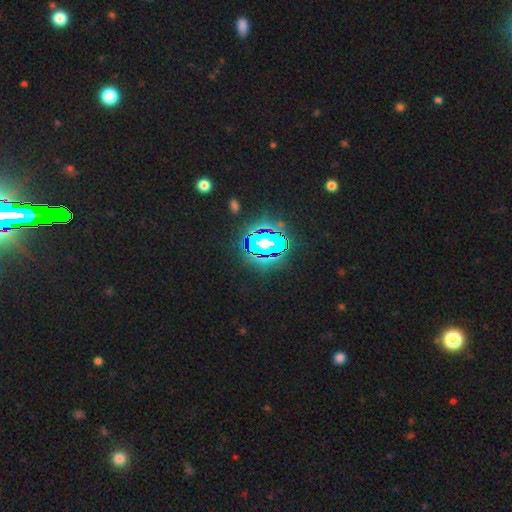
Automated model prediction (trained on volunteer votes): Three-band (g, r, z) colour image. It shows a star or artifact, not a galaxy (81%).